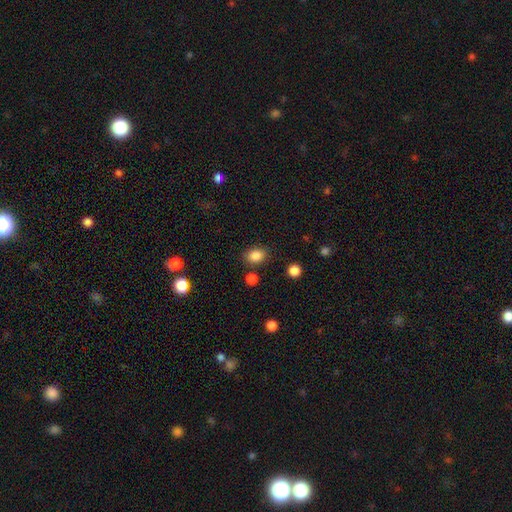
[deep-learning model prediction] A smooth galaxy with no disk features (85%) that is in between round and cigar-shaped (64%). Merging: none (81%).